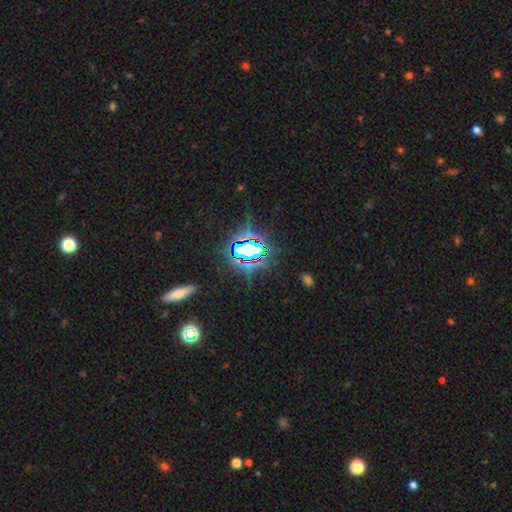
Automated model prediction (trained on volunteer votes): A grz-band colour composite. It shows a star or artifact, not a galaxy (79%).